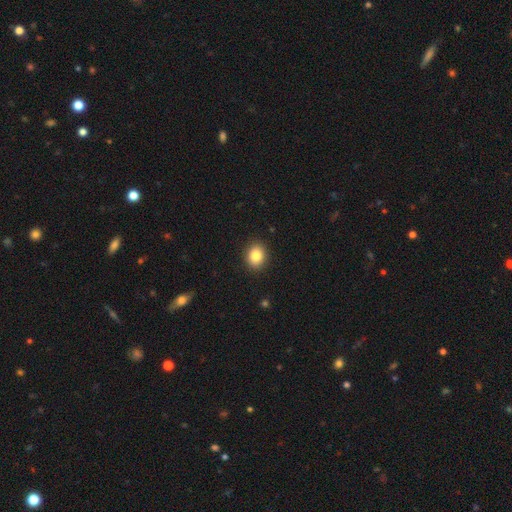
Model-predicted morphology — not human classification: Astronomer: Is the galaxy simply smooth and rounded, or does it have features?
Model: smooth — 84%.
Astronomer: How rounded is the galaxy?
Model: round — 55% (runner-up: in between, 44%).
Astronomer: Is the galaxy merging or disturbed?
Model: none — 91%.